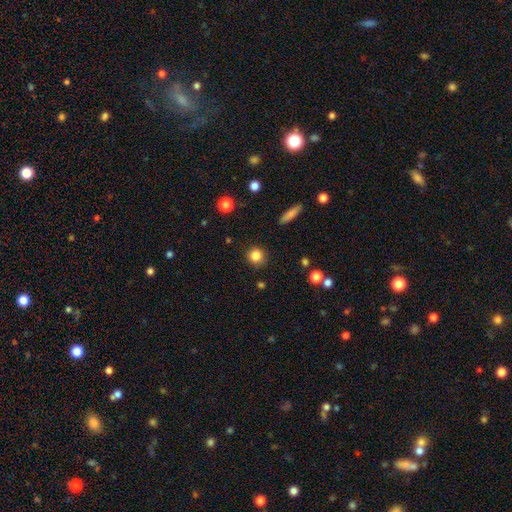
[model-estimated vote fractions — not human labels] This appears to be a smooth galaxy with no disk features (84%) that is round (91%). Merging: none (88%).